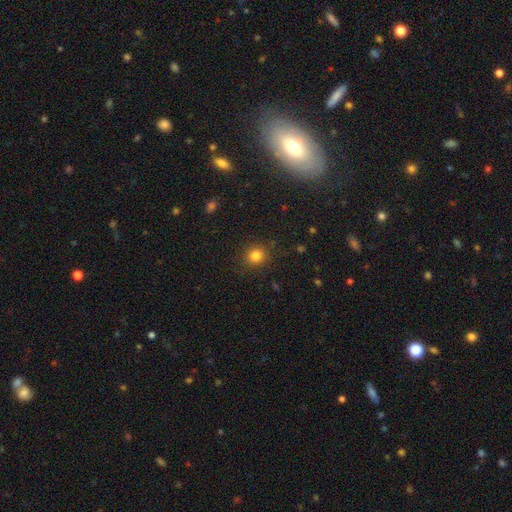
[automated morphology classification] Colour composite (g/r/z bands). It shows a smooth galaxy with no disk features (82%) that is round (83%). Merging: none (87%).